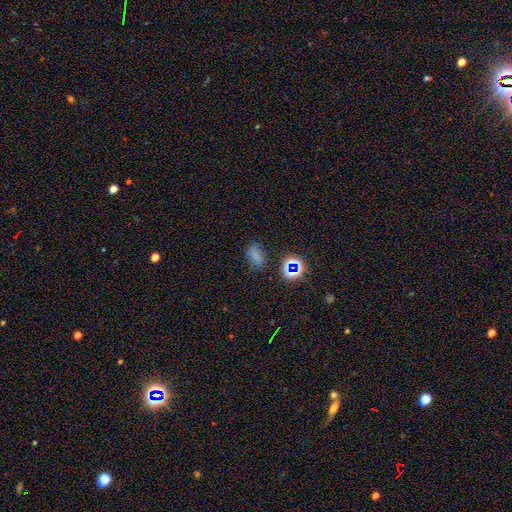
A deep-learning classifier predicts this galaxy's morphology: Q: Smooth or featured?
A: smooth (58%); runner-up: star or artifact (33%)
Q: How rounded?
A: in between (80%); runner-up: round (16%)
Q: Merging?
A: none (64%); runner-up: minor disturbance (22%)